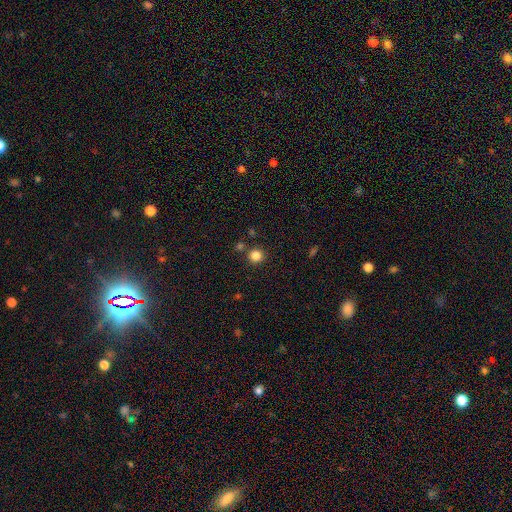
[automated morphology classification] smooth_or_featured: smooth (p=0.83) [alt: star or artifact p=0.13]
how_rounded: round (p=0.93) [alt: in between p=0.06]
merging: none (p=0.84) [alt: minor disturbance p=0.07]